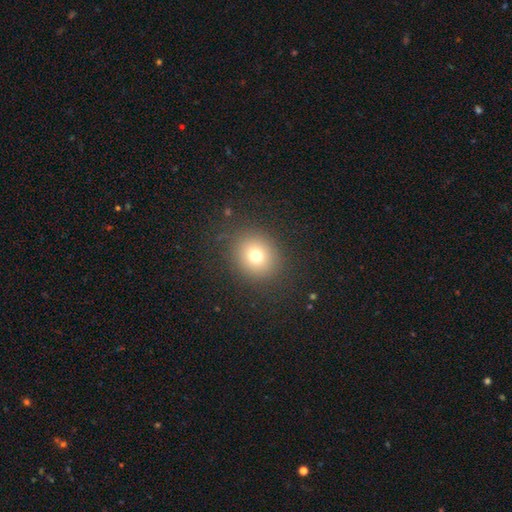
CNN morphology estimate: Smooth or featured? smooth (73%)
How rounded? round (79%)
Merging? none (86%)